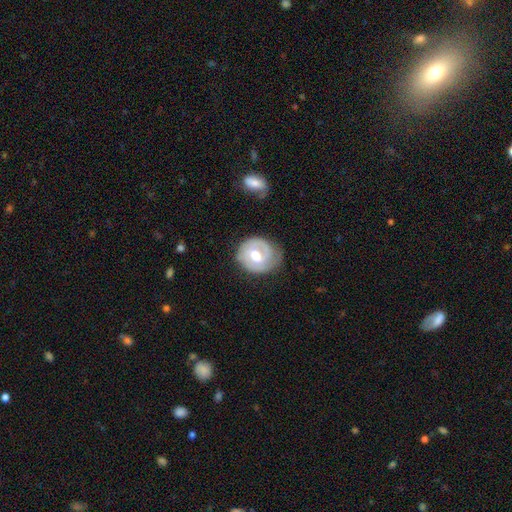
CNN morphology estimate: Smooth or featured?
  - featured or disk: 65% *
  - smooth: 30%
  - star or artifact: 5%
Edge-on disk?
  - no: 97% *
  - yes: 3%
Bar?
  - weak: 45% *
  - no: 43%
  - strong: 12%
Spiral arms?
  - yes: 76% *
  - no: 24%
Bulge size?
  - moderate: 77% *
  - small: 12%
  - large: 9%
  - none: 1%
  - dominant: 1%
Merging?
  - none: 62% *
  - minor disturbance: 26%
  - major disturbance: 10%
  - merger: 2%